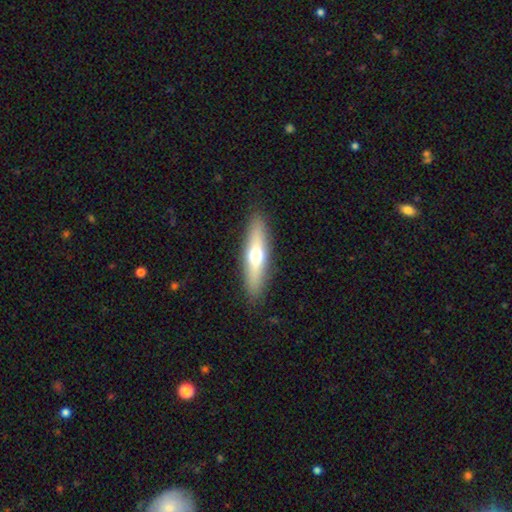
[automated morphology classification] The model was most divided on "smooth or featured": smooth: 52%, featured or disk: 41%, star or artifact: 7%. More confident: merging — none (89%); how rounded — cigar-shaped (69%).